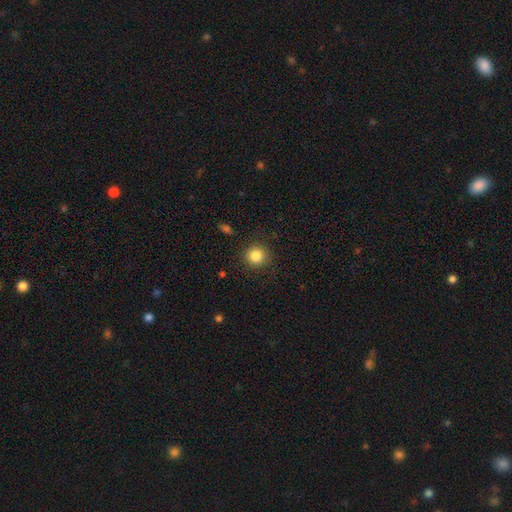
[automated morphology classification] Smooth or featured? Predicted: smooth (p=0.84). How rounded? Predicted: round (p=0.92). Merging? Predicted: none (p=0.89).